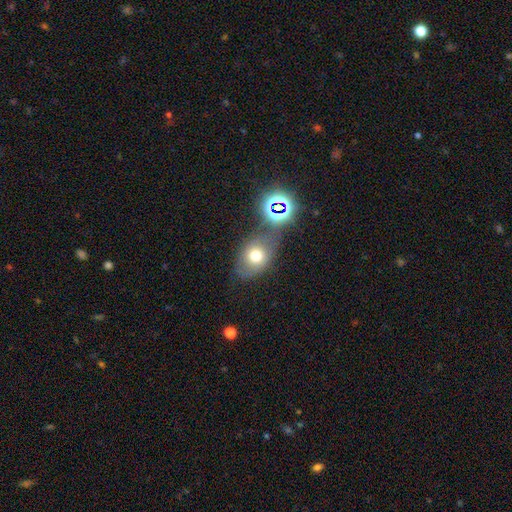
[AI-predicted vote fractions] Smooth or featured? Predicted: smooth (p=0.64). How rounded? Predicted: in between (p=0.62). Merging? Predicted: none (p=0.57).